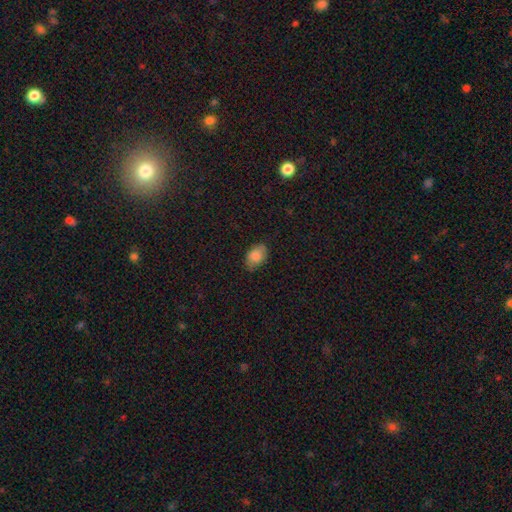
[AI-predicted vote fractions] Q: Smooth or featured?
A: smooth (84%); runner-up: star or artifact (8%)
Q: How rounded?
A: in between (87%); runner-up: round (12%)
Q: Merging?
A: none (76%); runner-up: minor disturbance (20%)